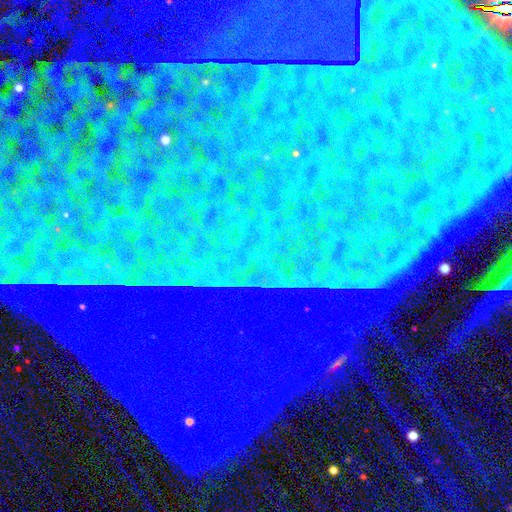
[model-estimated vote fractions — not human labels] A star or artifact, not a galaxy (87%).

Vote fractions:
- Smooth or featured? star or artifact: 87% / featured or disk: 7% / smooth: 6%